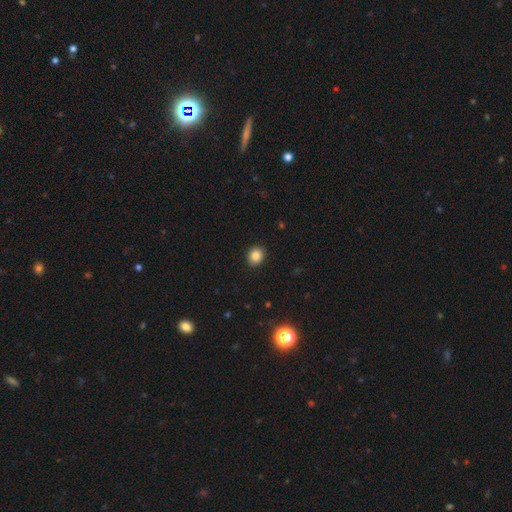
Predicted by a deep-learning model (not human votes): Overall: smooth (86%). How rounded: round (63%; in between 36%). Merging: none (91%).